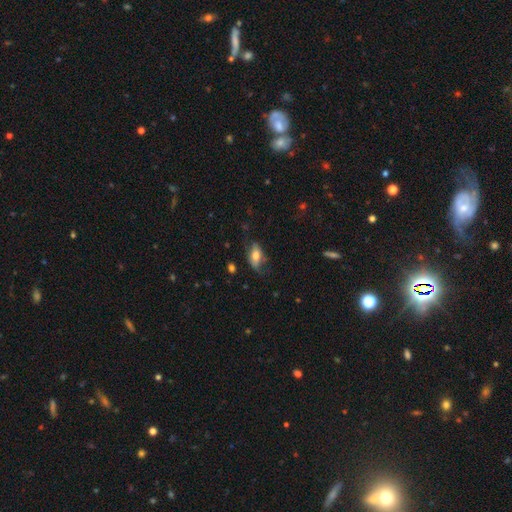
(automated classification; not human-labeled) Overall: smooth (58%; featured or disk 34%). How rounded: in between (85%). Merging: none (57%; minor disturbance 27%).